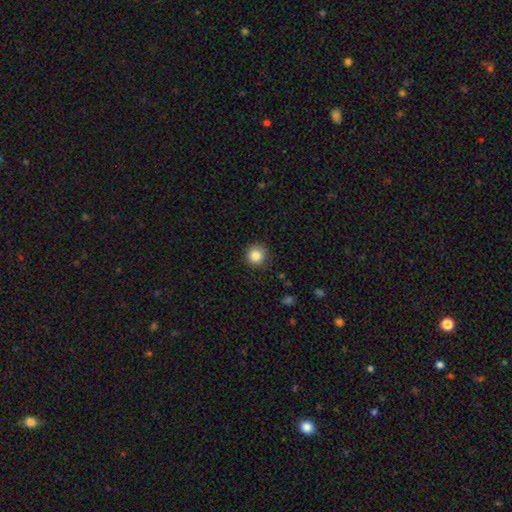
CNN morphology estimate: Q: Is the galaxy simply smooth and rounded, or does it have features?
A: smooth — 86%.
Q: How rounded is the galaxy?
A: round — 94%.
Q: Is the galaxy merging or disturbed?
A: none — 89%.